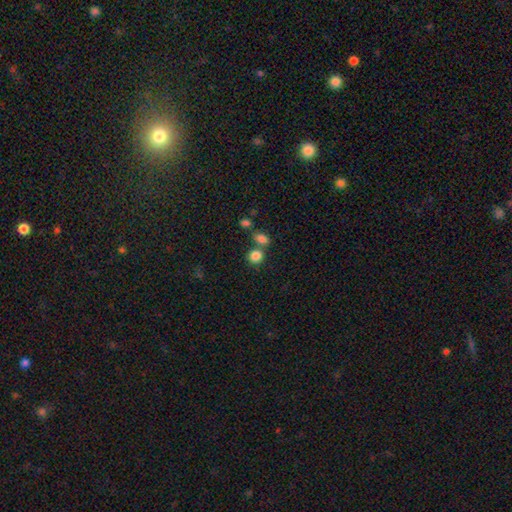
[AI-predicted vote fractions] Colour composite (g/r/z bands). It shows a smooth galaxy with no disk features (84%) that is round (76%). Merging: none (60%).